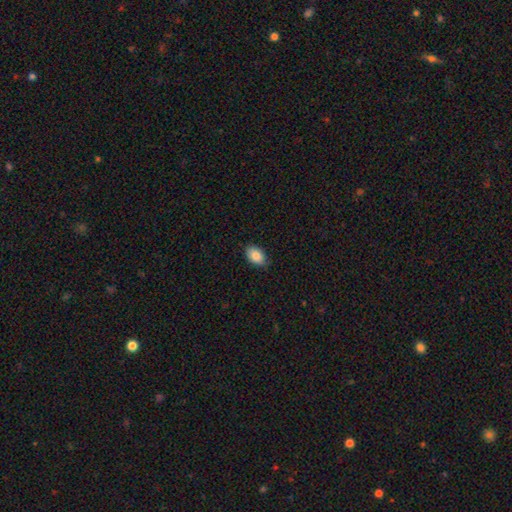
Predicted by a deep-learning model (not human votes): A smooth galaxy with no disk features (87%) that is in between round and cigar-shaped (89%). Merging: none (82%).